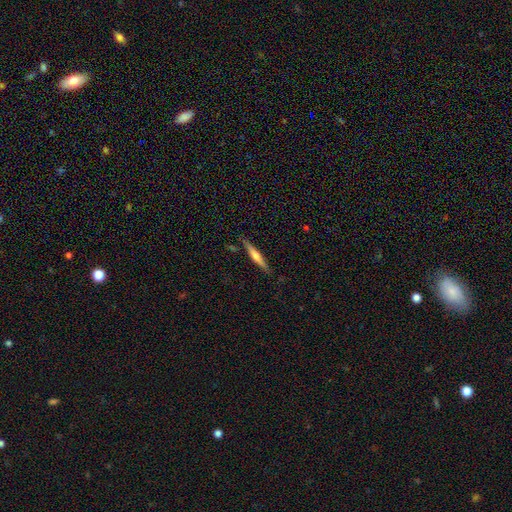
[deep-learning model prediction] This is possibly a featured or disk galaxy (60%). It is clearly viewed edge-on (97%). Edge-on bulge: clearly rounded (80%). Merging: clearly none (86%).